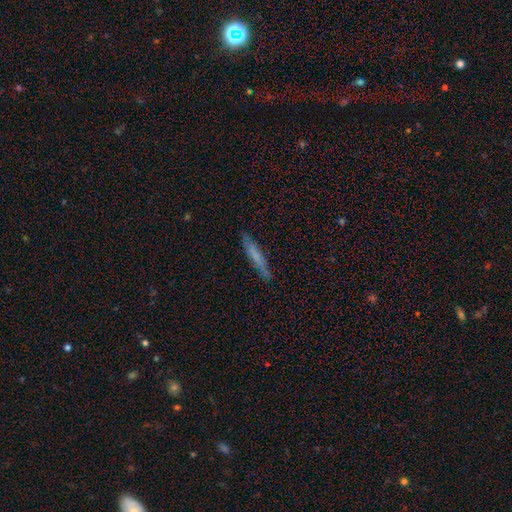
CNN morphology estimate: smooth_or_featured: smooth (p=0.60) [alt: featured or disk p=0.33]
how_rounded: cigar-shaped (p=0.93) [alt: in between p=0.06]
merging: none (p=0.84) [alt: minor disturbance p=0.12]